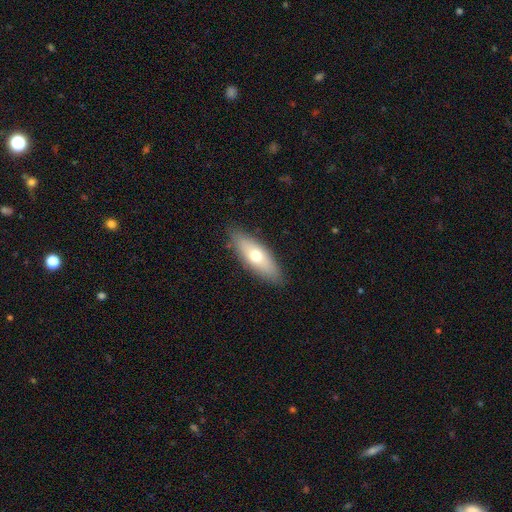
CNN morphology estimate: Q: Smooth or featured?
A: smooth (62%); runner-up: featured or disk (31%)
Q: How rounded?
A: in between (61%); runner-up: cigar-shaped (36%)
Q: Merging?
A: none (86%); runner-up: minor disturbance (11%)